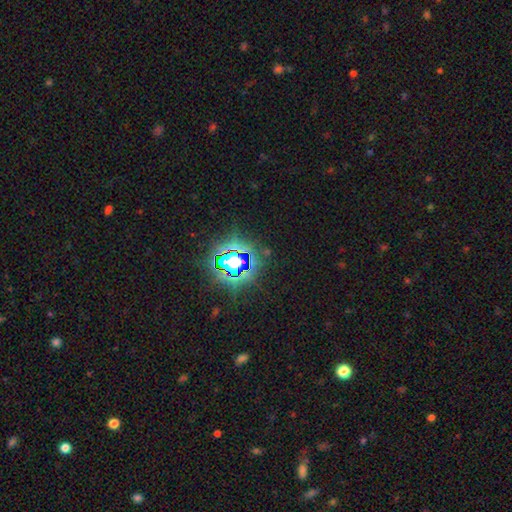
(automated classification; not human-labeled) Morphology: type=star or artifact (82%).